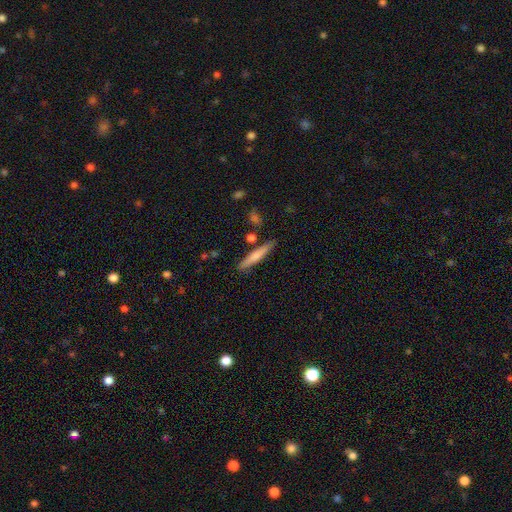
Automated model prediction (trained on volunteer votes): A smooth galaxy with no disk features (68%) that is cigar-shaped (91%). Merging: none (82%).